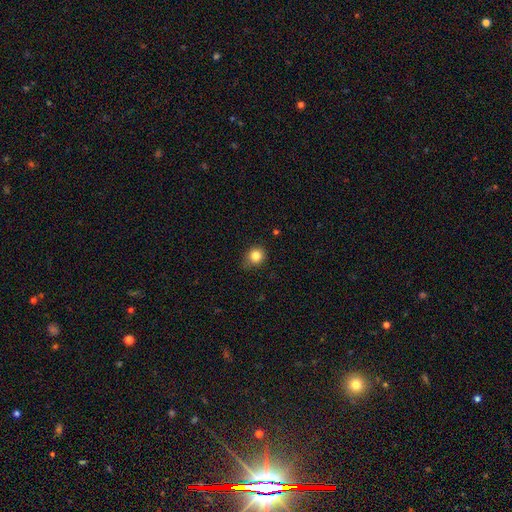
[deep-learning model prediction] This appears to be a smooth galaxy with no disk features (83%) that is round (79%). Merging: none (74%).